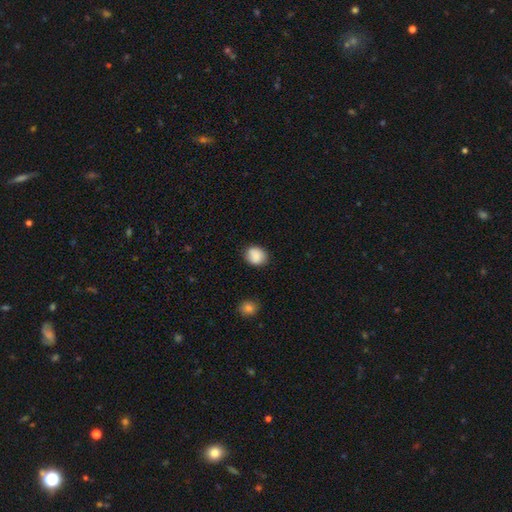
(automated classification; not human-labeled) A smooth galaxy with no disk features (86%) that is round (60%). Merging: none (81%).